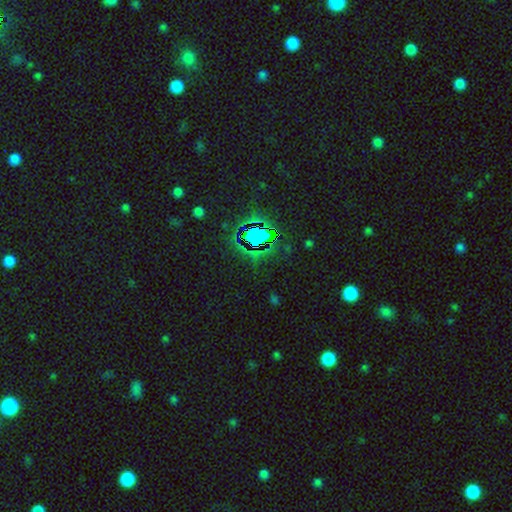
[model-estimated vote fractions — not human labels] Smooth or featured? Predicted: star or artifact (p=0.78).